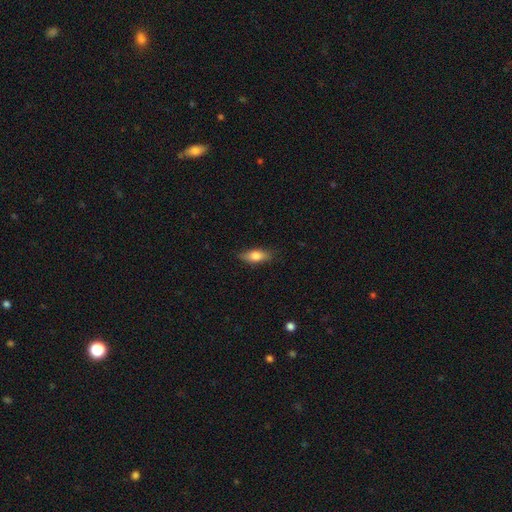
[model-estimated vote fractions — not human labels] Overall: smooth (74%). How rounded: in between (75%). Merging: none (84%).